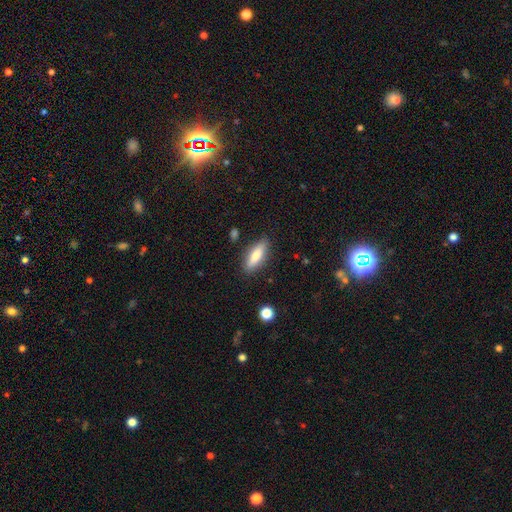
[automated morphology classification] Smooth or featured? smooth (77%)
How rounded? in between (58%)
Merging? none (85%)